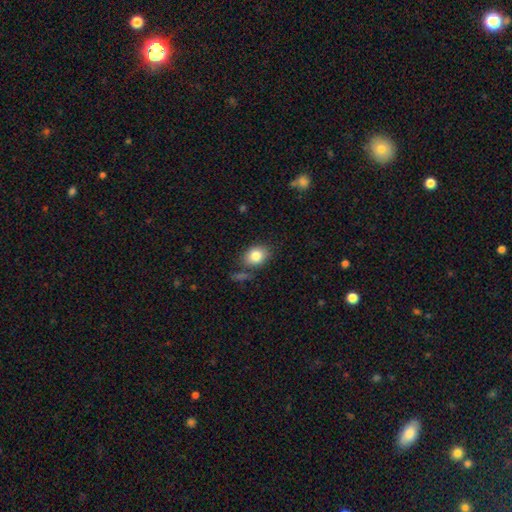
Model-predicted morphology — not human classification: smooth 83%, star or artifact 9%, featured or disk 8%. Down the decision tree: how rounded — in between (60%); merging — none (72%).